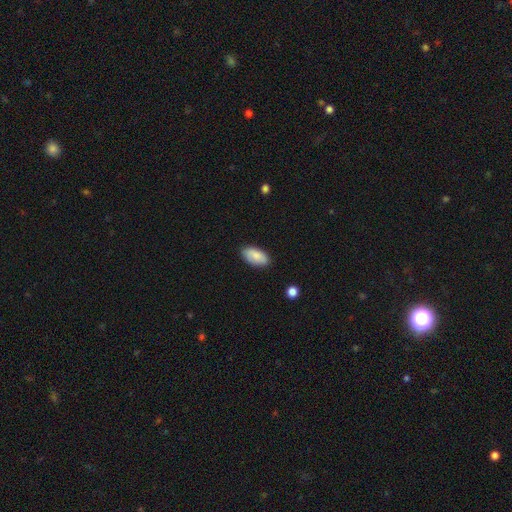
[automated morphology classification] Overall: smooth (86%). How rounded: in between (94%). Merging: none (85%).